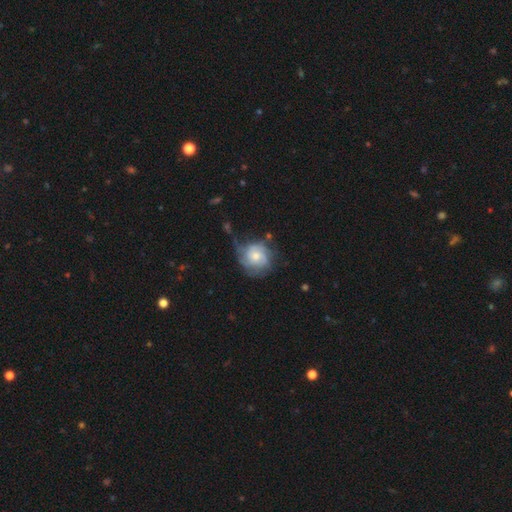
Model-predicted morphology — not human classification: smooth-or-featured: featured or disk: 69% | smooth: 25% | star or artifact: 7%
  disk-edge-on: no: 98% | yes: 2%
    bar: no: 73% | weak: 23% | strong: 3%
    has-spiral-arms: yes: 90% | no: 10%
      spiral-winding: tight: 52% | medium: 35% | loose: 14%
      spiral-arm-count: can't tell: 34% | 2: 26% | 3: 22% | 4: 8% | 1: 6% | more than 4: 5%
    bulge-size: moderate: 58% | small: 30% | large: 8% | none: 3% | dominant: 1%
  merging: none: 51% | minor disturbance: 27% | major disturbance: 18% | merger: 3%